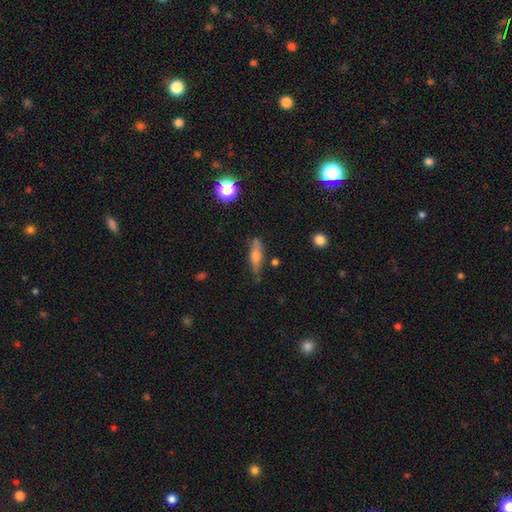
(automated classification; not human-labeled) The model was most divided on "smooth or featured": featured or disk: 45%, smooth: 44%, star or artifact: 11%. More confident: merging — none (76%).